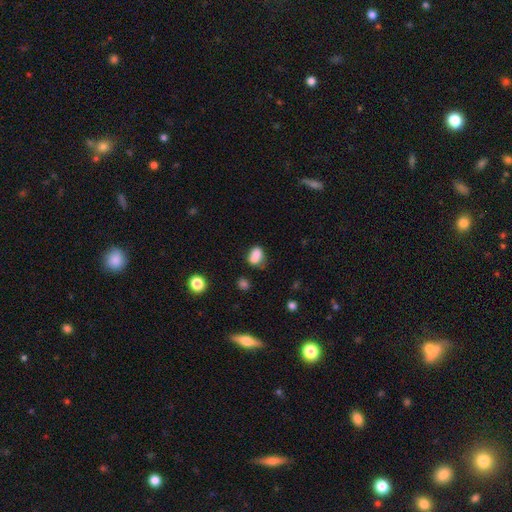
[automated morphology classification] smooth 78%, star or artifact 11%, featured or disk 11%. Down the decision tree: how rounded — in between (66%); merging — none (41%).